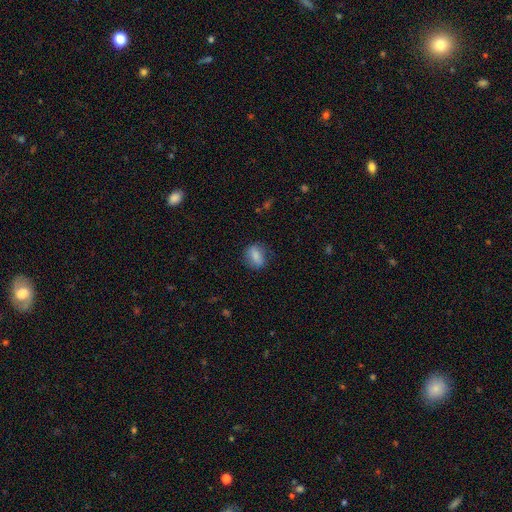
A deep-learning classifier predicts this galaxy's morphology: smooth 77%, featured or disk 16%, star or artifact 8%. Down the decision tree: how rounded — in between (64%); merging — none (77%).